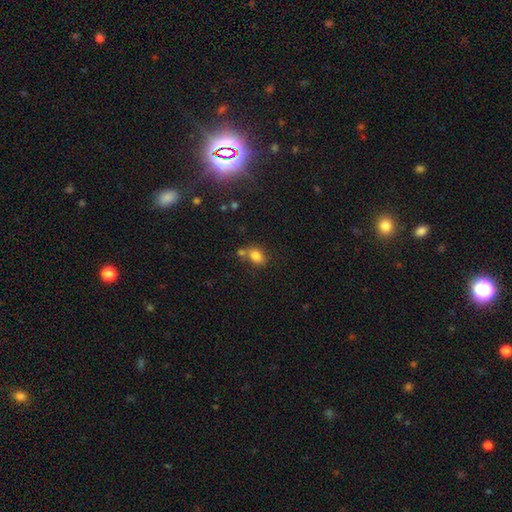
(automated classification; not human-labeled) This appears to be a smooth galaxy with no disk features (80%) that is in between round and cigar-shaped (69%). Merging: none (51%).